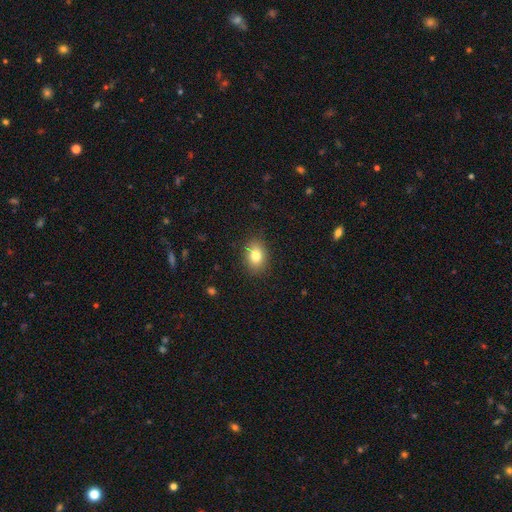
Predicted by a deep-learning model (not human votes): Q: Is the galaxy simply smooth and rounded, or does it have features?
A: smooth — 81%.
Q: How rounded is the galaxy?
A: in between — 68%.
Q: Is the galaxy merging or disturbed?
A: none — 86%.